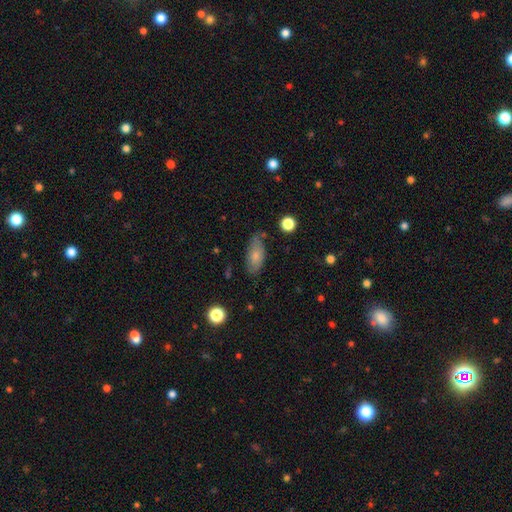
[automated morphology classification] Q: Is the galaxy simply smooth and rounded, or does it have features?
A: smooth — 76%.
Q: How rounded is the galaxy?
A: in between — 85%.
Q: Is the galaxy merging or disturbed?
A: none — 69%.